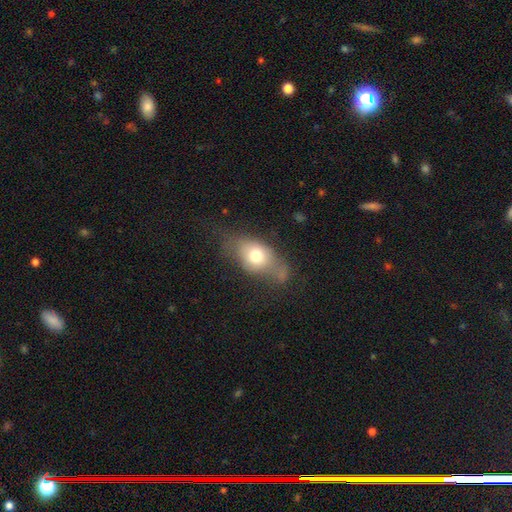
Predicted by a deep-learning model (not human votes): A smooth galaxy with no disk features (68%) that is in between round and cigar-shaped (76%).

Vote fractions:
- Smooth or featured? smooth: 68% / featured or disk: 22% / star or artifact: 10%
- How rounded? in between: 76% / round: 20% / cigar-shaped: 3%
- Merging? none: 37% / minor disturbance: 29% / major disturbance: 28% / merger: 6%